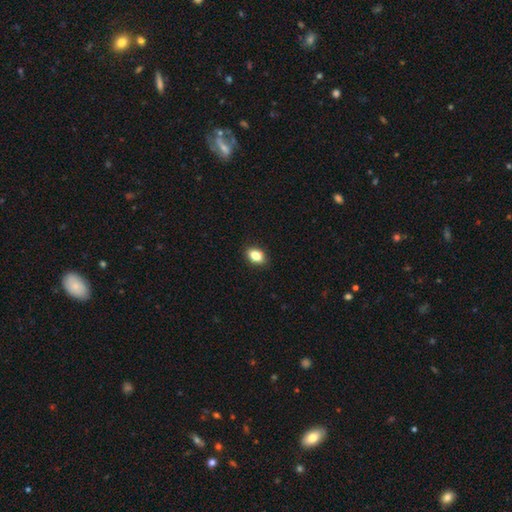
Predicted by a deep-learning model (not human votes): smooth_or_featured: smooth (p=0.83) [alt: star or artifact p=0.09]
how_rounded: in between (p=0.80) [alt: round p=0.18]
merging: none (p=0.88) [alt: minor disturbance p=0.09]